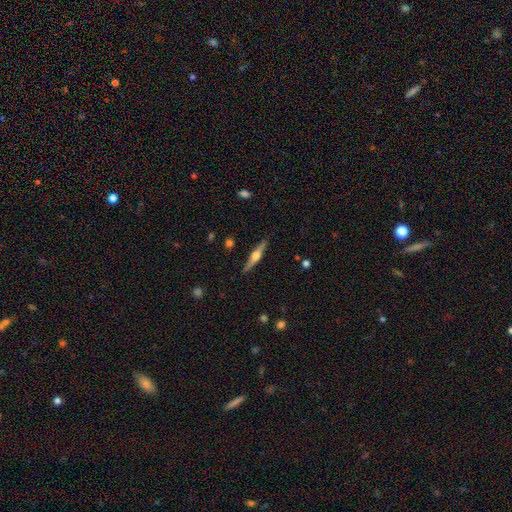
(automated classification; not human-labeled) A featured or disk galaxy (71%) viewed edge-on (98%) with a rounded central bulge (93%). Merging: none (90%).